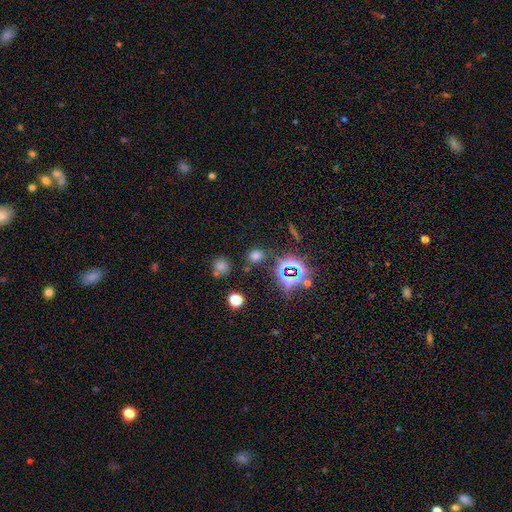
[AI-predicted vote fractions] A smooth galaxy with no disk features (59%) that is round (61%).

Vote fractions:
- Smooth or featured? smooth: 59% / star or artifact: 35% / featured or disk: 7%
- How rounded? round: 61% / in between: 37% / cigar-shaped: 2%
- Merging? none: 79% / minor disturbance: 11% / merger: 6% / major disturbance: 4%